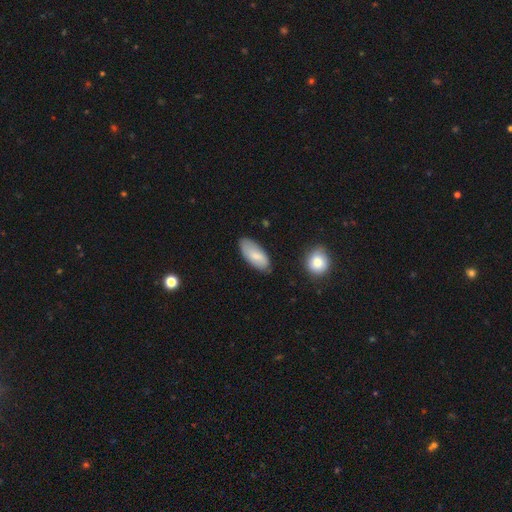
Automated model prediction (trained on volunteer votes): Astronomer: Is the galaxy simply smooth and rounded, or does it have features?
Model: smooth — 78%.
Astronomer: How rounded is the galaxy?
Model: in between — 90%.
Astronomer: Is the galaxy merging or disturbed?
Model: none — 76%.